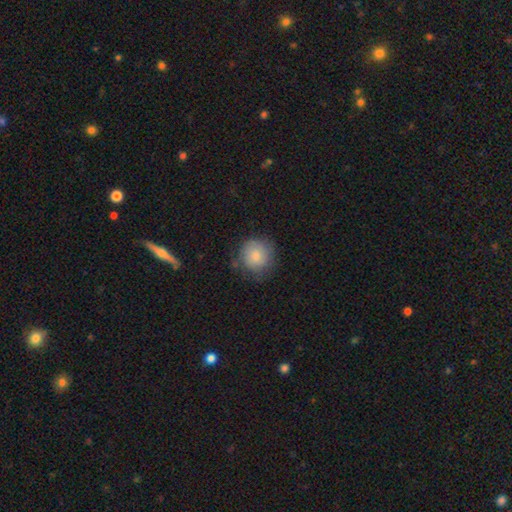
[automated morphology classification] Smooth or featured? Predicted: smooth (p=0.79). How rounded? Predicted: round (p=0.90). Merging? Predicted: none (p=0.70).